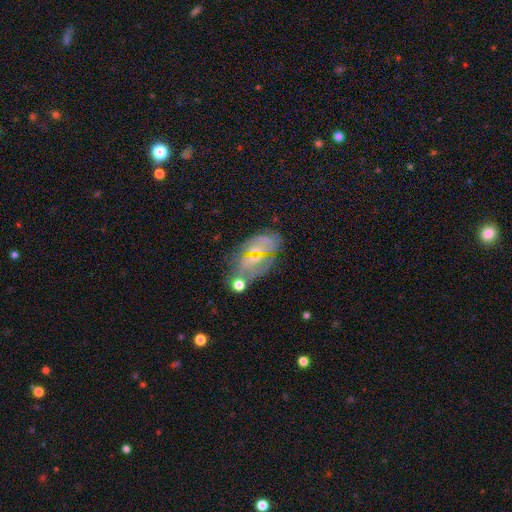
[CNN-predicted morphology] A featured or disk galaxy (61%) with no bar (42%, tied with weak), spiral arms (71%) and a small central bulge (65%). Merging: none (60%).